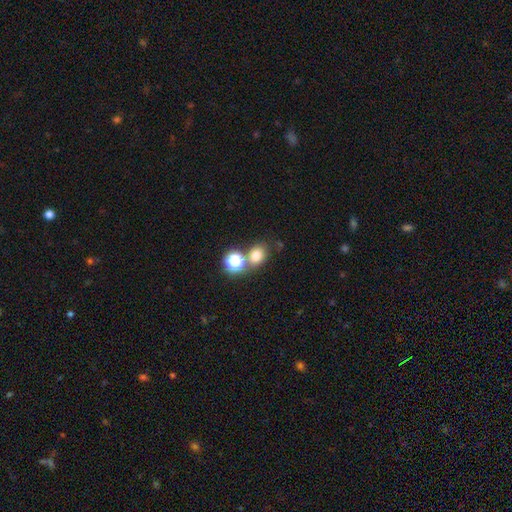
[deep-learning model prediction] smooth-or-featured: smooth: 73% | star or artifact: 18% | featured or disk: 9%
  how-rounded: round: 61% | in between: 38% | cigar-shaped: 1%
  merging: none: 61% | merger: 25% | minor disturbance: 10% | major disturbance: 4%